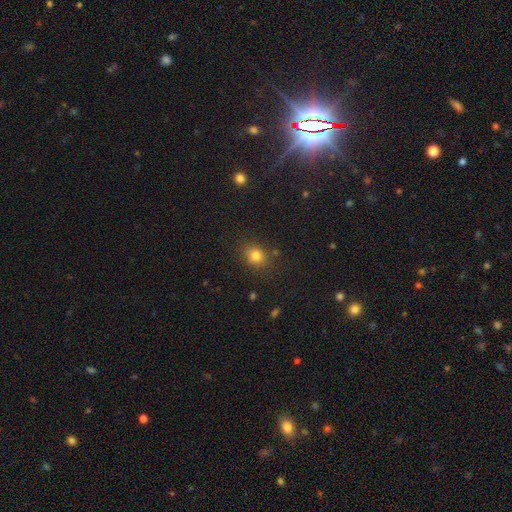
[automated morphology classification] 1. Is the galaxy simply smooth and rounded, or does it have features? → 79% smooth, 14% star or artifact, 7% featured or disk.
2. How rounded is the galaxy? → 60% round, 39% in between, 1% cigar-shaped.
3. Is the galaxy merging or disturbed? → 80% none, 13% minor disturbance, 4% major disturbance, 3% merger.